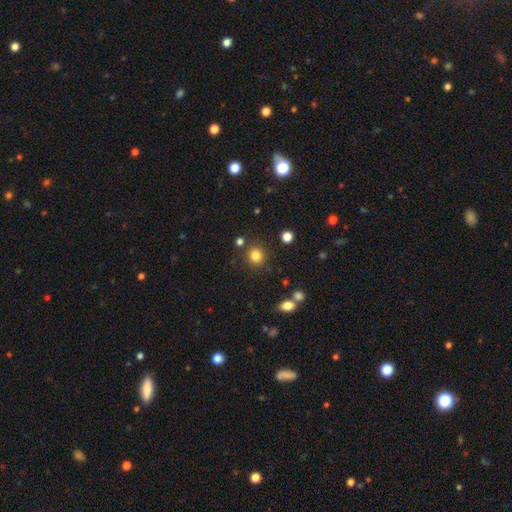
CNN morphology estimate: The model was most divided on "smooth or featured": smooth: 82%, star or artifact: 13%, featured or disk: 5%. More confident: how rounded — round (87%); merging — none (83%).